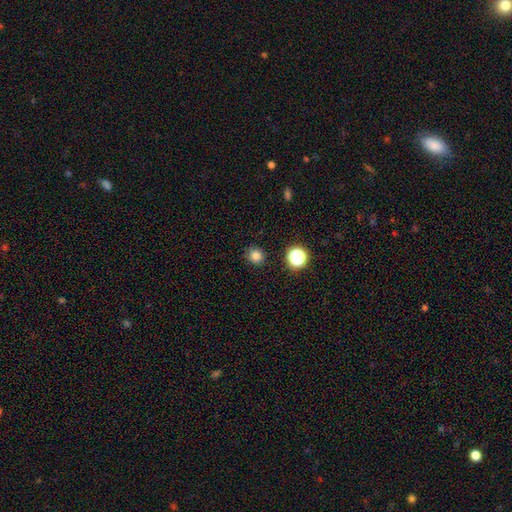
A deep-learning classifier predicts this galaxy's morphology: Smooth or featured? Predicted: smooth (p=0.81). How rounded? Predicted: round (p=0.88). Merging? Predicted: none (p=0.89).